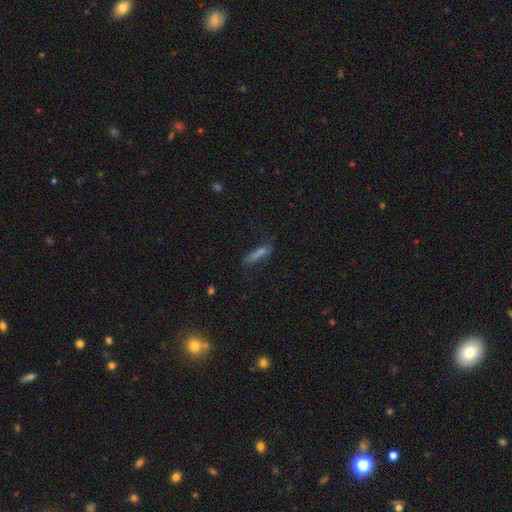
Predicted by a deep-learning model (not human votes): Smooth or featured: smooth — 56% (featured or disk — 25%)
How rounded: cigar-shaped — 83% (in between — 14%)
Merging: none — 68% (minor disturbance — 20%)